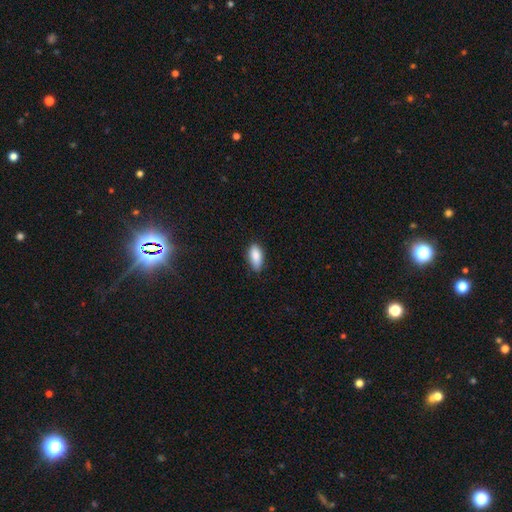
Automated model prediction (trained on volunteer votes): Q: Smooth or featured?
A: smooth (88%); runner-up: star or artifact (7%)
Q: How rounded?
A: in between (87%); runner-up: cigar-shaped (11%)
Q: Merging?
A: none (78%); runner-up: minor disturbance (18%)